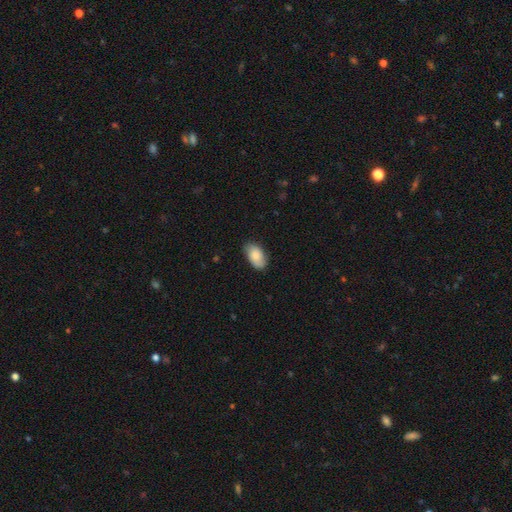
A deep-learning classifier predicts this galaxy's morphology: This appears to be a smooth galaxy with no disk features (82%) that is in between round and cigar-shaped (93%). Merging: none (78%).